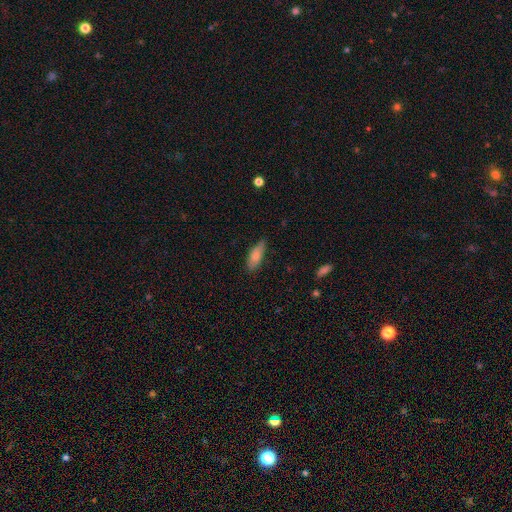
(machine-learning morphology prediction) Smooth or featured? smooth (75%)
How rounded? in between (69%)
Merging? none (75%)